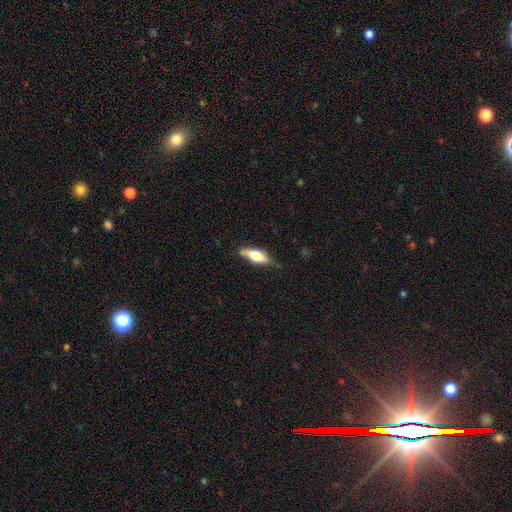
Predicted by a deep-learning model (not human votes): Q: Smooth or featured?
A: smooth (55%); runner-up: featured or disk (39%)
Q: How rounded?
A: in between (61%); runner-up: cigar-shaped (36%)
Q: Merging?
A: none (69%); runner-up: minor disturbance (24%)